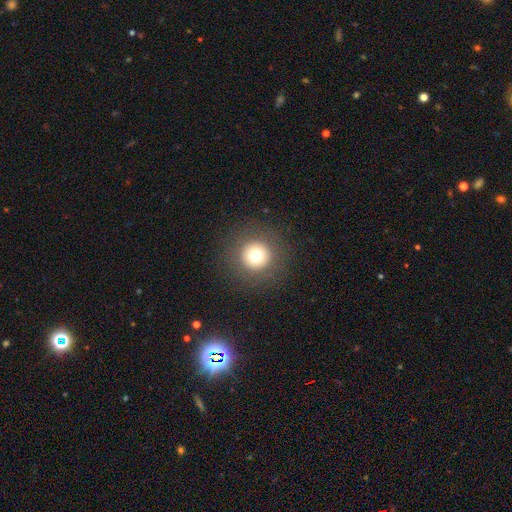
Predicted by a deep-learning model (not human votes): Overall: smooth (73%). How rounded: round (96%). Merging: none (90%).